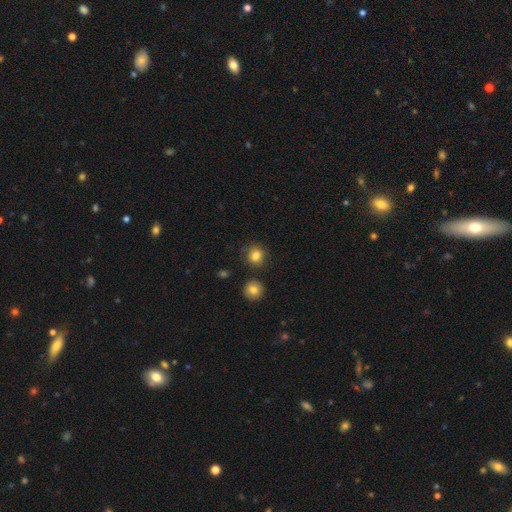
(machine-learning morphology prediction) Smooth or featured?
  - smooth: 81% *
  - star or artifact: 11%
  - featured or disk: 8%
How rounded?
  - round: 83% *
  - in between: 16%
  - cigar-shaped: 1%
Merging?
  - none: 79% *
  - minor disturbance: 13%
  - merger: 4%
  - major disturbance: 4%